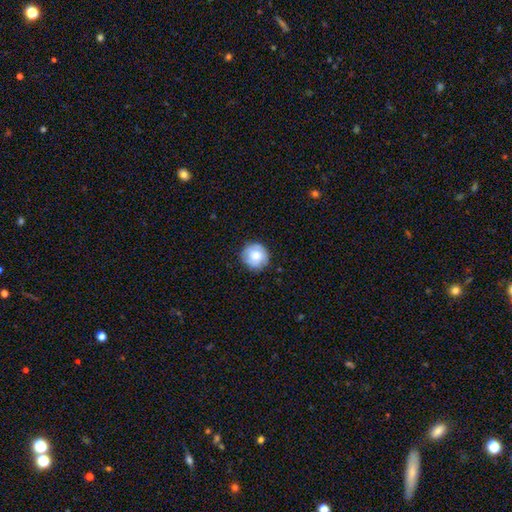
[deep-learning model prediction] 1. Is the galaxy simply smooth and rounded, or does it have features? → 69% smooth, 23% featured or disk, 8% star or artifact.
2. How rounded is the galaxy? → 92% round, 7% in between, 1% cigar-shaped.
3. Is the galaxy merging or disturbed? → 80% none, 15% minor disturbance, 3% major disturbance, 1% merger.